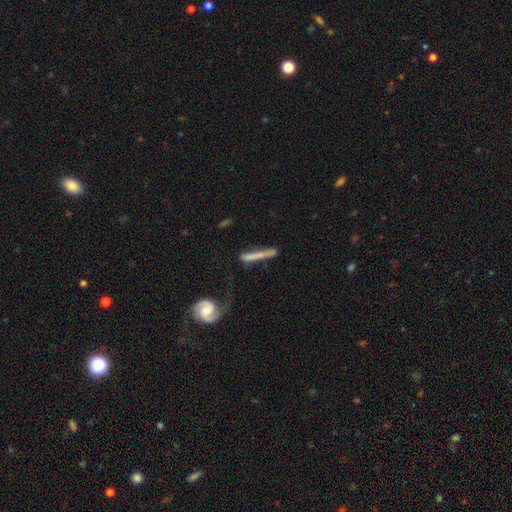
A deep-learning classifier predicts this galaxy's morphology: Q: Smooth or featured?
A: featured or disk (48%); runner-up: smooth (45%)
Q: Merging?
A: none (53%); runner-up: minor disturbance (23%)